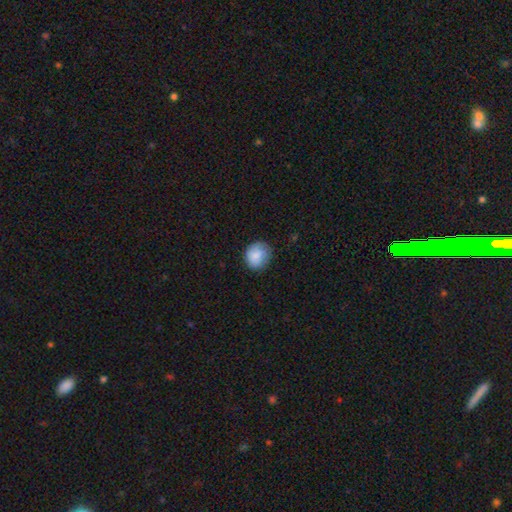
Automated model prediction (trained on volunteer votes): Smooth or featured? smooth (85%)
How rounded? round (83%)
Merging? none (78%)